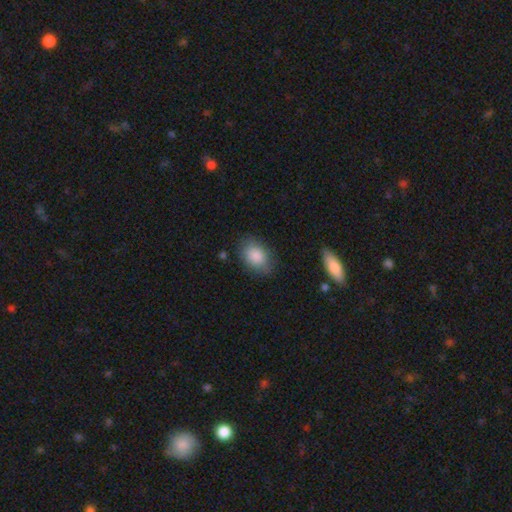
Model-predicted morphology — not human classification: smooth 87%, star or artifact 7%, featured or disk 6%. Down the decision tree: how rounded — in between (78%); merging — none (79%).